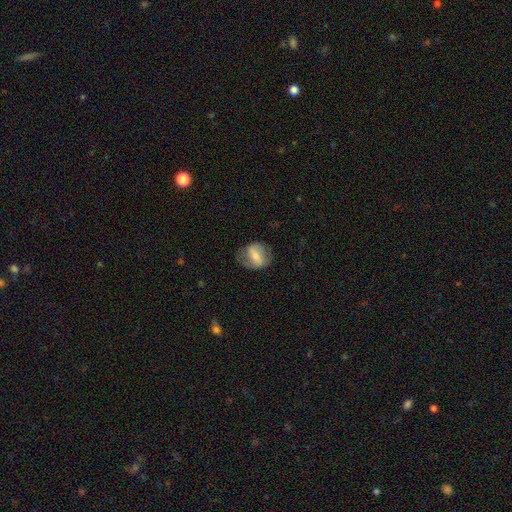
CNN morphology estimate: Smooth or featured? Predicted: featured or disk (p=0.48). Merging? Predicted: none (p=0.68).